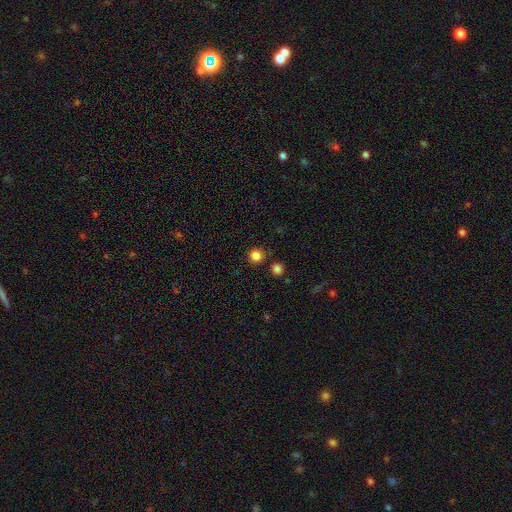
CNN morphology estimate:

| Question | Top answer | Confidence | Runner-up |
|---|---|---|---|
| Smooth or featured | smooth | 84% | star or artifact (12%) |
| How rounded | round | 94% | in between (5%) |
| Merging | none | 87% | minor disturbance (6%) |